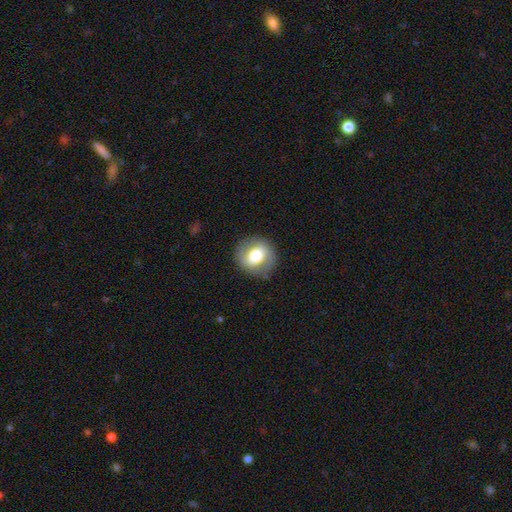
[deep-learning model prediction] Overall: smooth (58%; featured or disk 34%). How rounded: round (79%). Merging: none (83%).